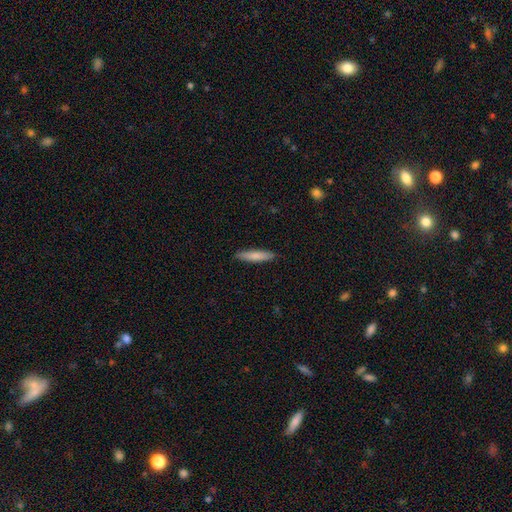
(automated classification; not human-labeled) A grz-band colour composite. It shows a smooth galaxy with no disk features (79%) that is cigar-shaped (87%). Merging: none (89%).